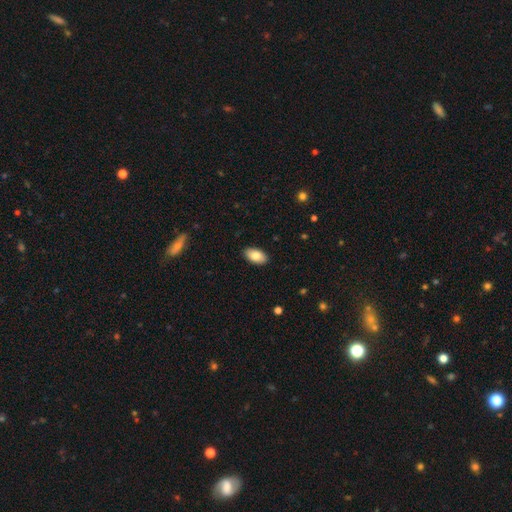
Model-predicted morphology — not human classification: smooth_or_featured: smooth (p=0.82) [alt: featured or disk p=0.12]
how_rounded: in between (p=0.95) [alt: round p=0.04]
merging: none (p=0.89) [alt: minor disturbance p=0.08]